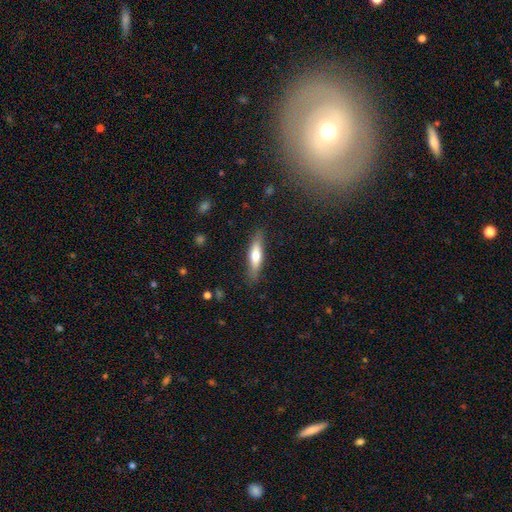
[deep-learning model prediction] This appears to be a smooth galaxy with no disk features (57%) that is cigar-shaped (73%). Merging: none (85%).